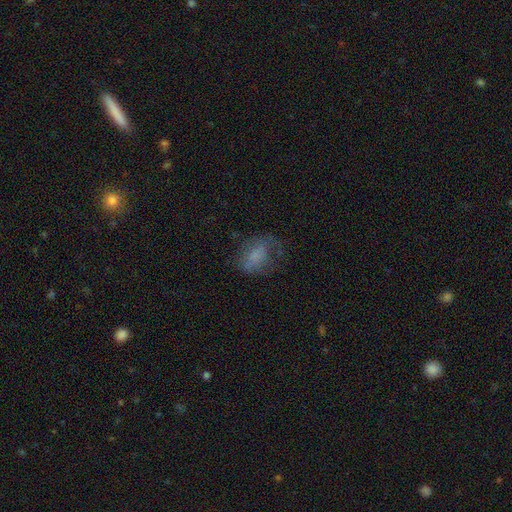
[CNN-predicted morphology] Smooth or featured? Predicted: smooth (p=0.60). How rounded? Predicted: in between (p=0.78). Merging? Predicted: none (p=0.46).